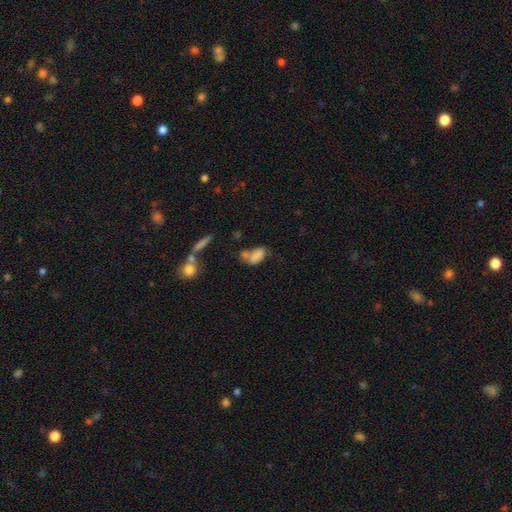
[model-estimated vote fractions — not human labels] This appears to be a smooth galaxy with no disk features (76%) that is in between round and cigar-shaped (89%). Merging: merger (39%).